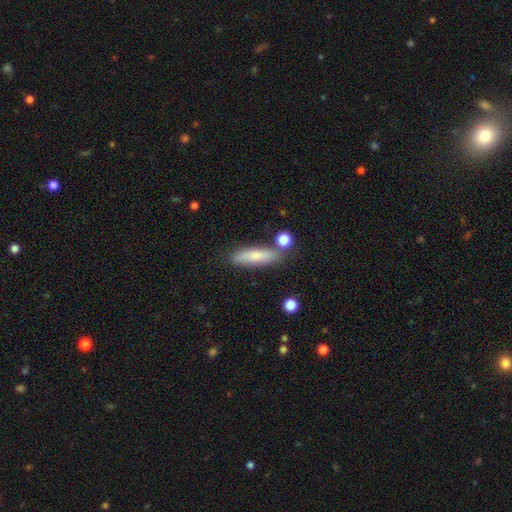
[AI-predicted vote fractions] Smooth or featured? smooth (71%)
How rounded? cigar-shaped (71%)
Merging? none (76%)